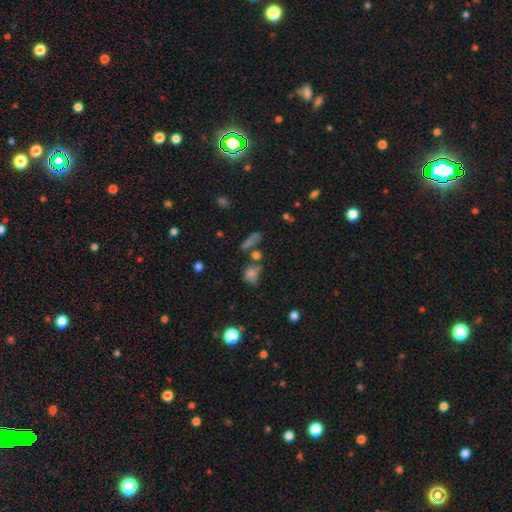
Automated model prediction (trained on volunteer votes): smooth 54%, star or artifact 30%, featured or disk 16%. Down the decision tree: how rounded — round (52%); merging — none (61%).